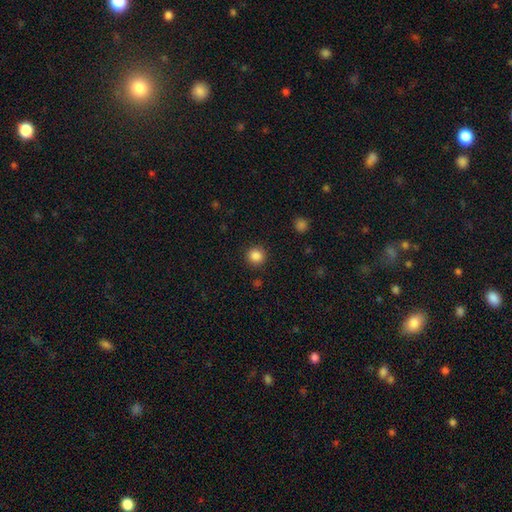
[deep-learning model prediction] Morphology: type=smooth (86%); roundness=round (94%); merging=none (91%).